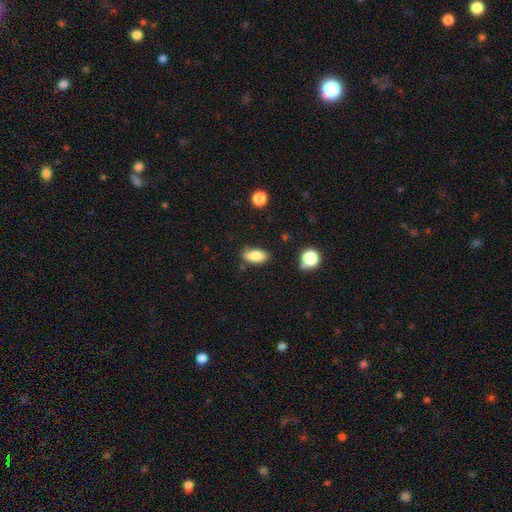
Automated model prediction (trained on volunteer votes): Overall: smooth (83%). How rounded: in between (88%). Merging: none (77%).